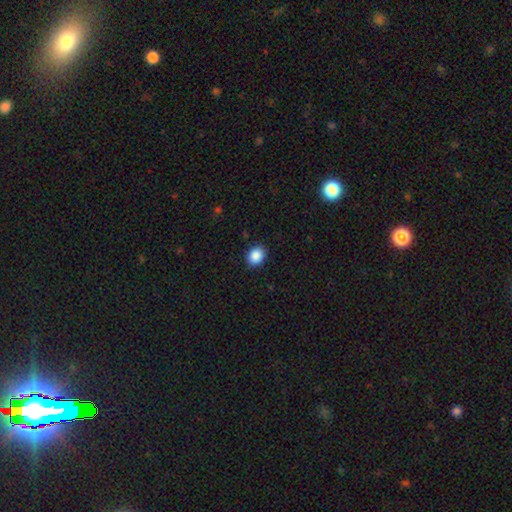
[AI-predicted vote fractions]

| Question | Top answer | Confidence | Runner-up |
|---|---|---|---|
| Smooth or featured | smooth | 89% | star or artifact (8%) |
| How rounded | round | 54% | in between (45%) |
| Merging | none | 90% | minor disturbance (7%) |